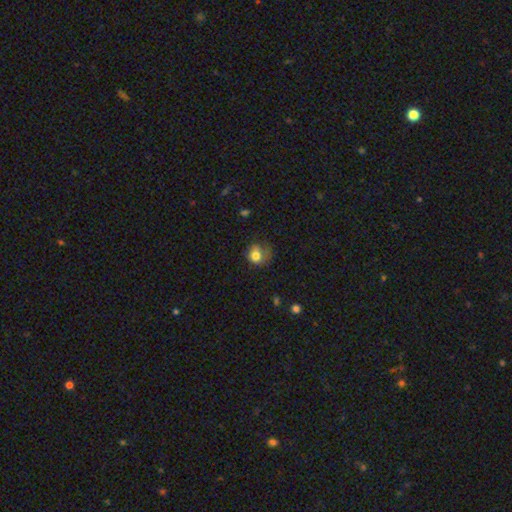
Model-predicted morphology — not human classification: The model was most divided on "merging": none: 42%, minor disturbance: 31%, major disturbance: 24%, merger: 2%. More confident: smooth or featured — smooth (78%); how rounded — round (70%).